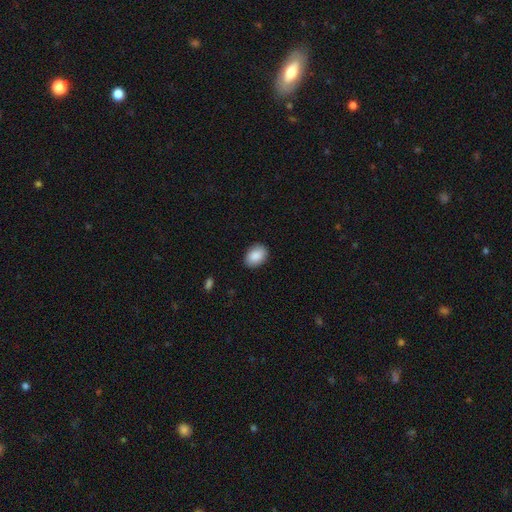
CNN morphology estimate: This is clearly a smooth galaxy (89%). How rounded: likely in between (78%). Merging: clearly none (88%).